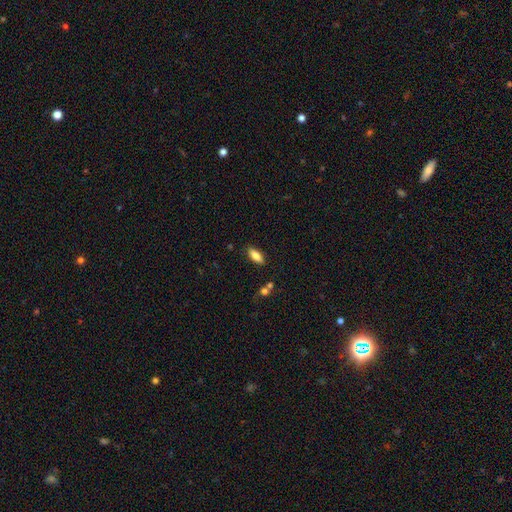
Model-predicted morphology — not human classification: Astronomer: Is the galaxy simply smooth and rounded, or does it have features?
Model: smooth — 83%.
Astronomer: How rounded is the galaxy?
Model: in between — 80%.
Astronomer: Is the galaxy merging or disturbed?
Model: none — 86%.